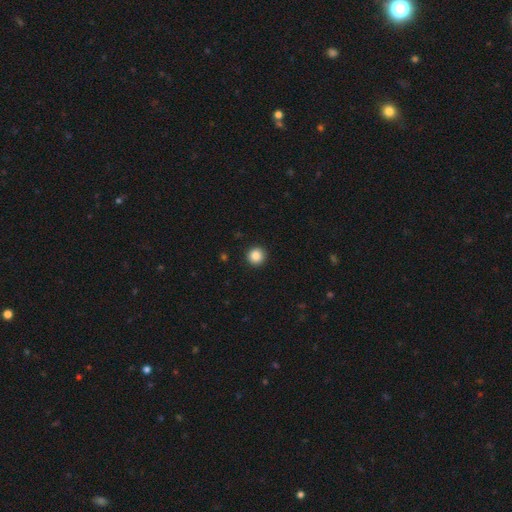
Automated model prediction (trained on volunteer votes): This is clearly a smooth galaxy (87%). How rounded: clearly round (94%). Merging: clearly none (92%).